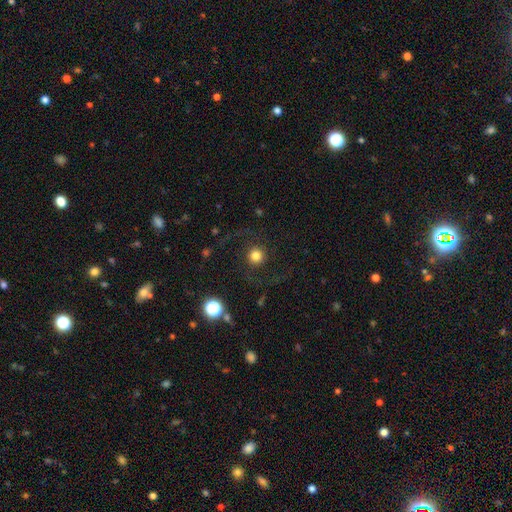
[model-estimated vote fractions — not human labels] Smooth or featured: smooth — 62% (featured or disk — 25%)
How rounded: round — 94% (in between — 5%)
Merging: none — 77% (major disturbance — 12%)